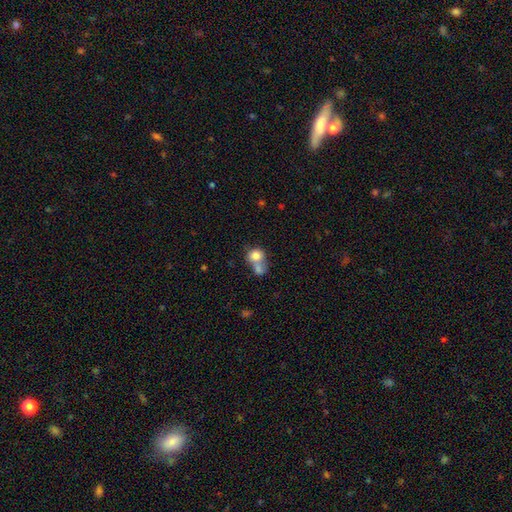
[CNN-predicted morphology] smooth 76%, featured or disk 14%, star or artifact 9%. Down the decision tree: how rounded — round (71%); merging — merger (63%).